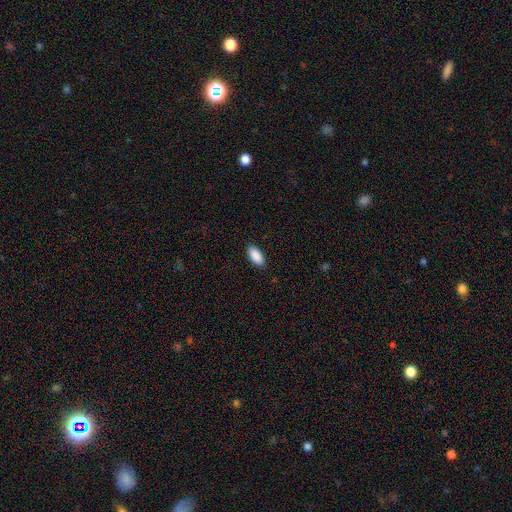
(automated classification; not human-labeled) smooth-or-featured: smooth: 90% | star or artifact: 6% | featured or disk: 3%
  how-rounded: in between: 93% | cigar-shaped: 5% | round: 2%
  merging: none: 87% | minor disturbance: 10% | major disturbance: 2% | merger: 1%